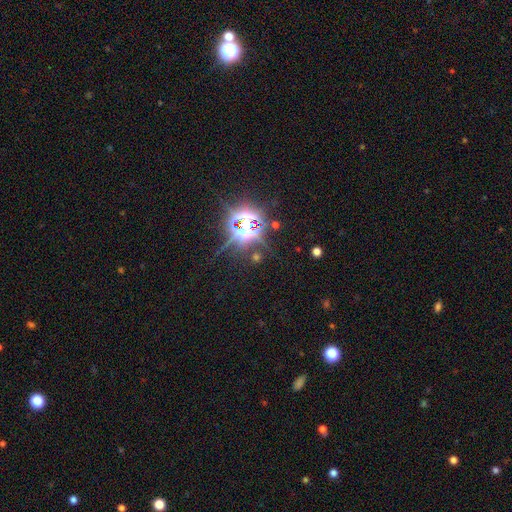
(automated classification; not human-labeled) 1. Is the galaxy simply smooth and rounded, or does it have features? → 81% star or artifact, 9% smooth, 9% featured or disk.